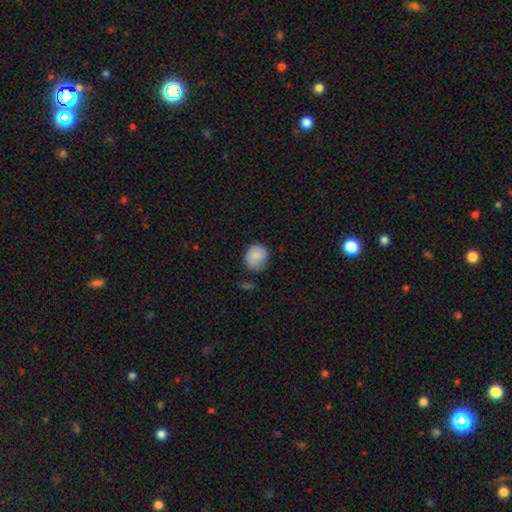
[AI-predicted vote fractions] Q: Smooth or featured?
A: smooth (85%); runner-up: featured or disk (8%)
Q: How rounded?
A: round (75%); runner-up: in between (24%)
Q: Merging?
A: none (69%); runner-up: minor disturbance (24%)